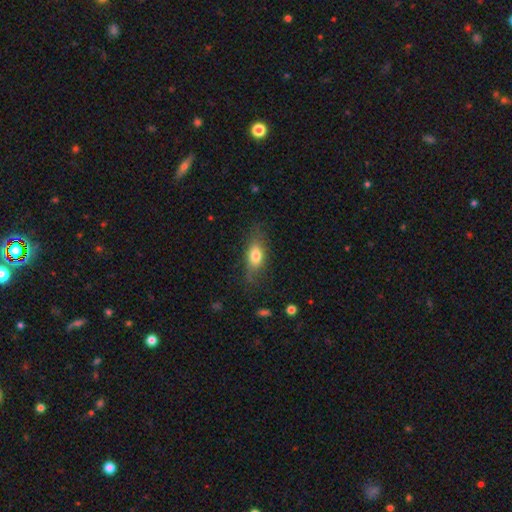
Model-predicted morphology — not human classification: A smooth galaxy with no disk features (72%) that is in between round and cigar-shaped (78%).

Vote fractions:
- Smooth or featured? smooth: 72% / featured or disk: 20% / star or artifact: 8%
- How rounded? in between: 78% / cigar-shaped: 15% / round: 7%
- Merging? none: 66% / minor disturbance: 23% / major disturbance: 10% / merger: 2%